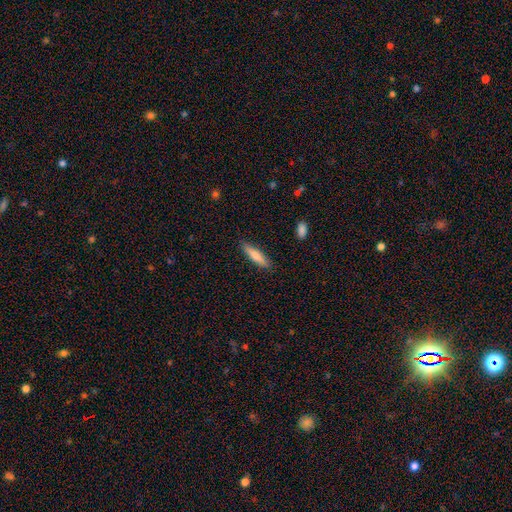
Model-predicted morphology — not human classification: Overall: smooth (73%). How rounded: cigar-shaped (80%). Merging: none (87%).